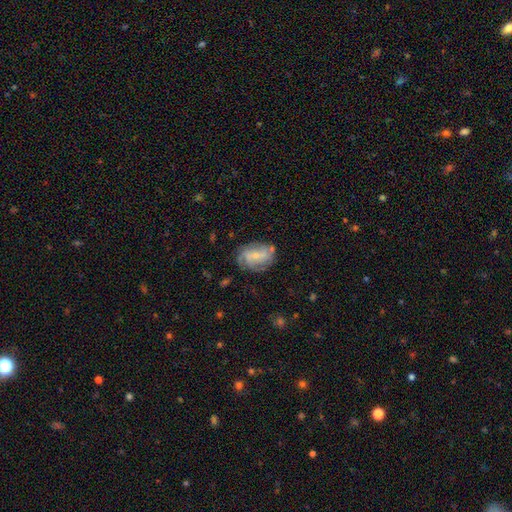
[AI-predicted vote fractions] Q: Smooth or featured?
A: featured or disk (67%); runner-up: smooth (25%)
Q: Edge-on disk?
A: no (97%); runner-up: yes (3%)
Q: Bar?
A: no (50%); runner-up: weak (41%)
Q: Spiral arms?
A: yes (87%); runner-up: no (13%)
Q: Spiral winding?
A: tight (42%); runner-up: medium (39%)
Q: Spiral arm count?
A: can't tell (37%); runner-up: 3 (20%)
Q: Bulge size?
A: small (66%); runner-up: moderate (24%)
Q: Merging?
A: none (69%); runner-up: minor disturbance (20%)